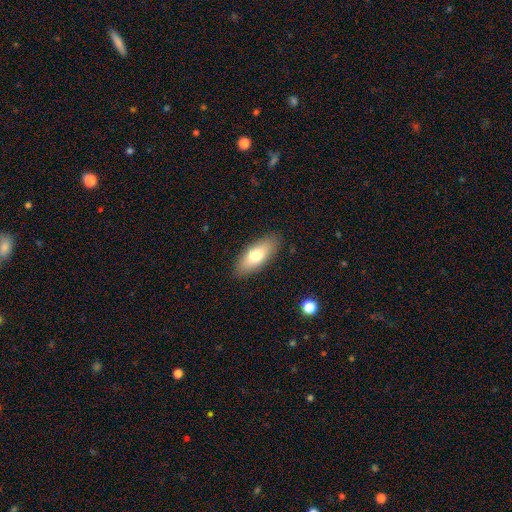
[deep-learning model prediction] The model was most divided on "smooth or featured": smooth: 72%, featured or disk: 22%, star or artifact: 7%. More confident: merging — none (87%); how rounded — in between (74%).